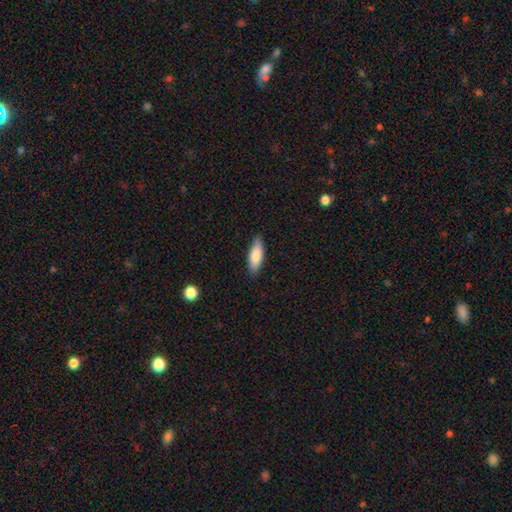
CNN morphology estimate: This is likely a smooth galaxy (80%). How rounded: likely in between (64%). Merging: clearly none (86%).